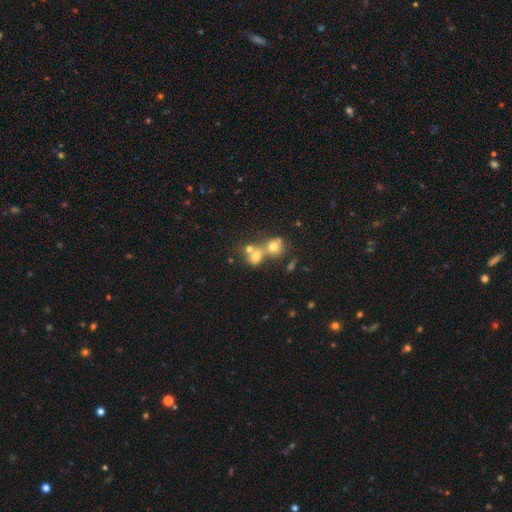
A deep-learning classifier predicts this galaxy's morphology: This is likely a smooth galaxy (66%). How rounded: likely round (70%). Merging: possibly merger (58%).